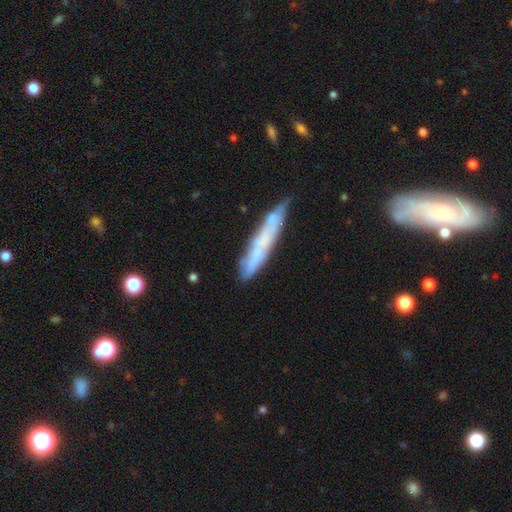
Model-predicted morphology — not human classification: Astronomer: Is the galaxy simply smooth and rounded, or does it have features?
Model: smooth — 53% (runner-up: featured or disk, 40%).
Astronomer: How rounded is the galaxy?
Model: cigar-shaped — 83%.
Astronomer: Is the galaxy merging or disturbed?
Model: none — 55%.